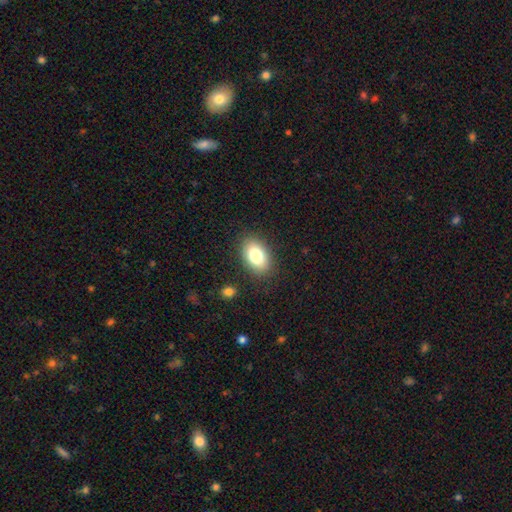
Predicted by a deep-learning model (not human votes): This is clearly a smooth galaxy (80%). How rounded: clearly in between (89%). Merging: clearly none (86%).